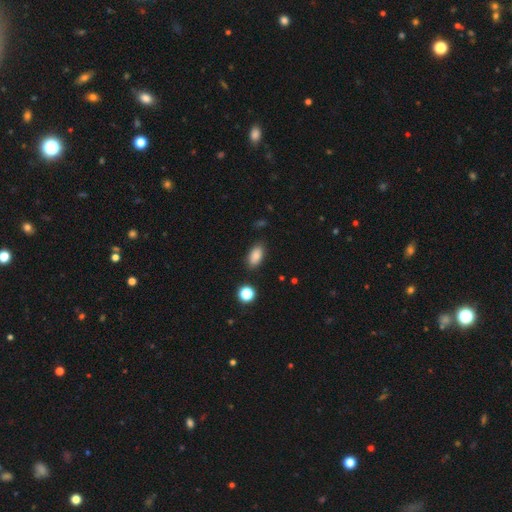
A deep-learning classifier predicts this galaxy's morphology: Smooth or featured: smooth — 85% (star or artifact — 9%)
How rounded: in between — 91% (round — 6%)
Merging: none — 84% (minor disturbance — 11%)